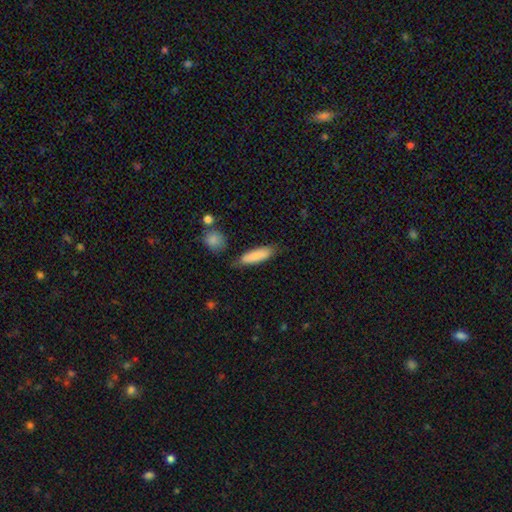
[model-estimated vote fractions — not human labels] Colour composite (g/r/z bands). It shows a smooth galaxy with no disk features (85%) that is cigar-shaped (57%). Merging: none (76%).